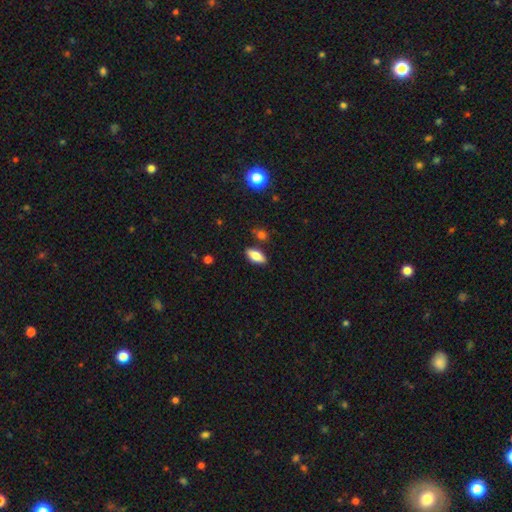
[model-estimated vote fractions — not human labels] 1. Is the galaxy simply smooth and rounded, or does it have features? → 76% smooth, 16% featured or disk, 8% star or artifact.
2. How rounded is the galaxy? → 84% in between, 13% cigar-shaped, 3% round.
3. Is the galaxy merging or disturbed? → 85% none, 10% minor disturbance, 3% merger, 2% major disturbance.